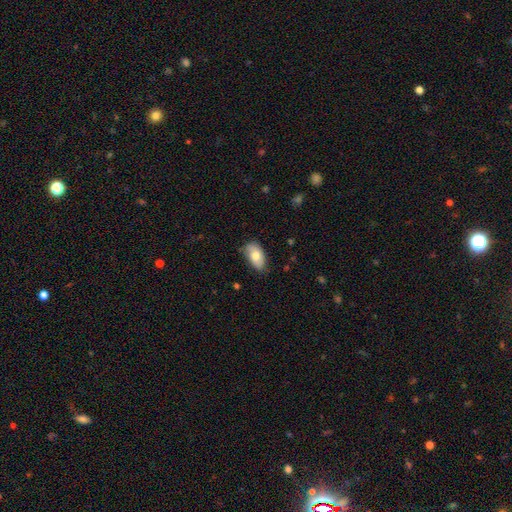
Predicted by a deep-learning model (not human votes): smooth-or-featured: smooth: 76% | featured or disk: 18% | star or artifact: 6%
  how-rounded: in between: 94% | round: 4% | cigar-shaped: 3%
  merging: none: 72% | minor disturbance: 23% | major disturbance: 4% | merger: 1%